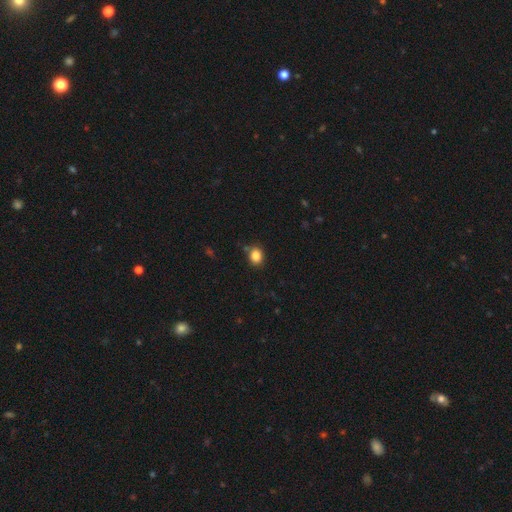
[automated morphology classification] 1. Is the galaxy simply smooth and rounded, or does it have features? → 86% smooth, 10% star or artifact, 4% featured or disk.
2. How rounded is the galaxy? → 55% round, 44% in between, 1% cigar-shaped.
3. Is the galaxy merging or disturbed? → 76% none, 16% minor disturbance, 4% merger, 4% major disturbance.